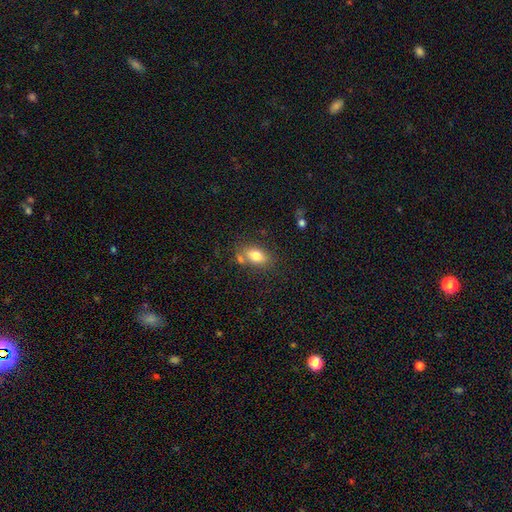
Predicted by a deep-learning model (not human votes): Smooth or featured? smooth (80%)
How rounded? in between (86%)
Merging? none (65%)